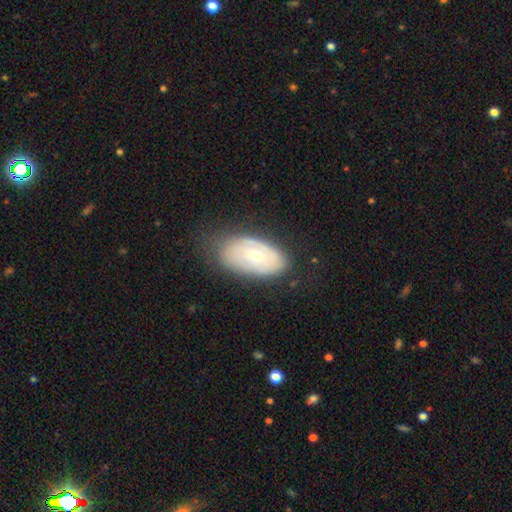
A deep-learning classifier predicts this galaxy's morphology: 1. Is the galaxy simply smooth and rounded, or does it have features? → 52% featured or disk, 42% smooth, 6% star or artifact.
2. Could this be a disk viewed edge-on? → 91% no, 9% yes.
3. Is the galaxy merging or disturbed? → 68% none, 24% minor disturbance, 7% major disturbance, 1% merger.